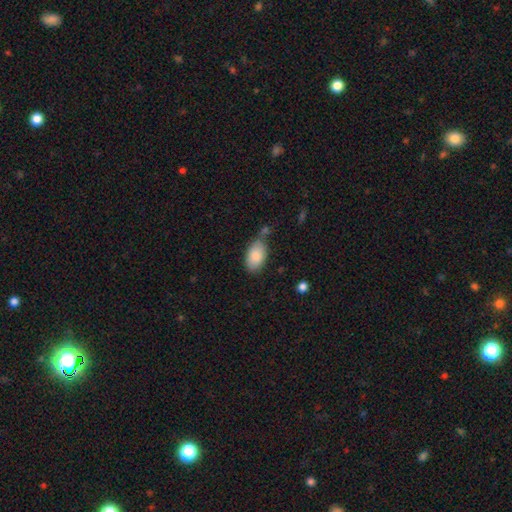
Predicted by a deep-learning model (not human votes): A smooth galaxy with no disk features (87%) that is in between round and cigar-shaped (94%).

Vote fractions:
- Smooth or featured? smooth: 87% / featured or disk: 7% / star or artifact: 7%
- How rounded? in between: 94% / round: 5% / cigar-shaped: 2%
- Merging? none: 65% / minor disturbance: 20% / merger: 10% / major disturbance: 5%